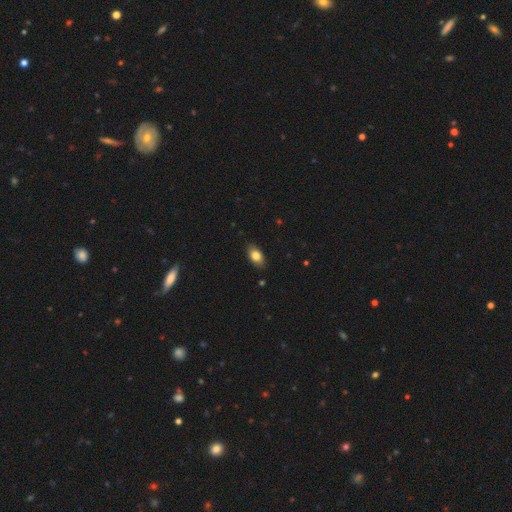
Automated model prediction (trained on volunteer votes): Smooth or featured?
  - smooth: 82% *
  - featured or disk: 11%
  - star or artifact: 8%
How rounded?
  - in between: 90% *
  - round: 7%
  - cigar-shaped: 3%
Merging?
  - none: 86% *
  - minor disturbance: 11%
  - major disturbance: 2%
  - merger: 1%